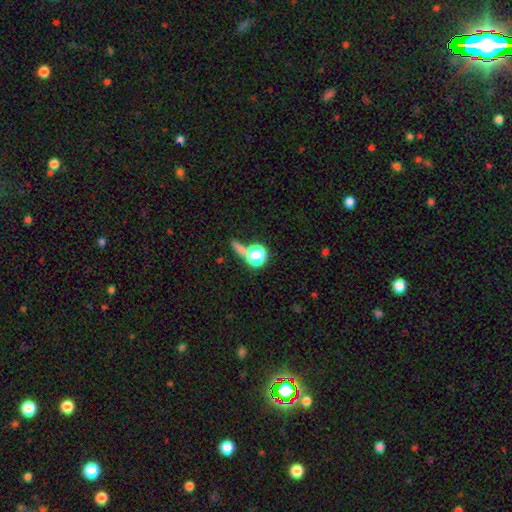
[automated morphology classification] smooth_or_featured: smooth (p=0.52) [alt: star or artifact p=0.37]
how_rounded: round (p=0.74) [alt: in between p=0.20]
merging: none (p=0.54) [alt: merger p=0.24]